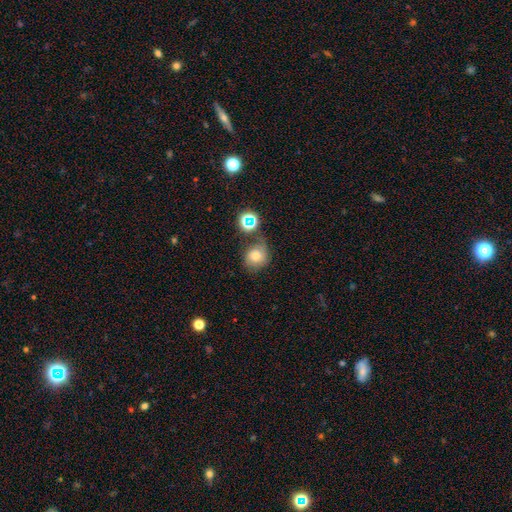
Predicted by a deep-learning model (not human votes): Smooth or featured: smooth — 61% (featured or disk — 24%)
How rounded: round — 75% (in between — 24%)
Merging: none — 51% (minor disturbance — 23%)